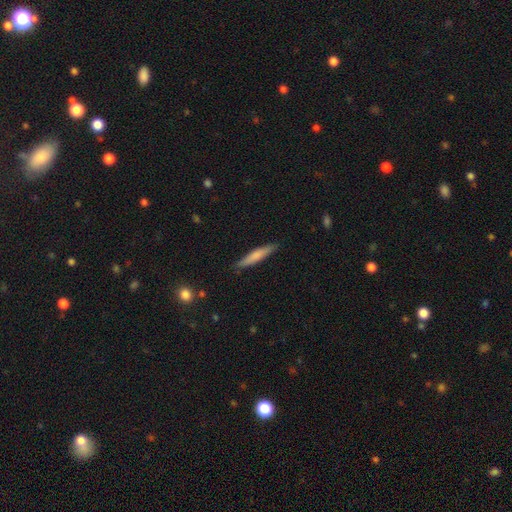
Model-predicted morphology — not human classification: A smooth galaxy with no disk features (69%) that is cigar-shaped (91%). Merging: none (87%).